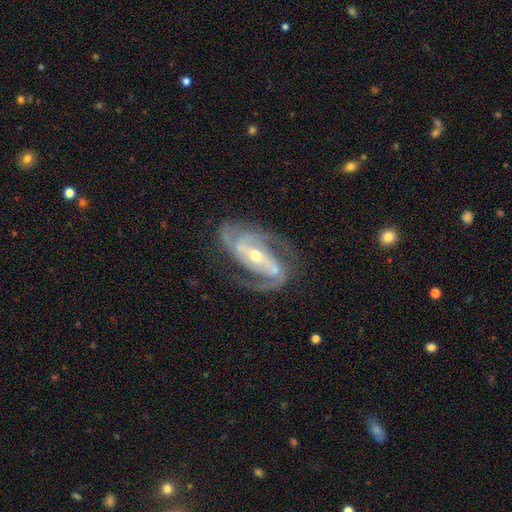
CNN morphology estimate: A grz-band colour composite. It shows a featured or disk galaxy (91%) with a strong bar (54%), 2 (62%) medium (52%) spiral arms (98%) and a small central bulge (52%). Merging: none (72%).